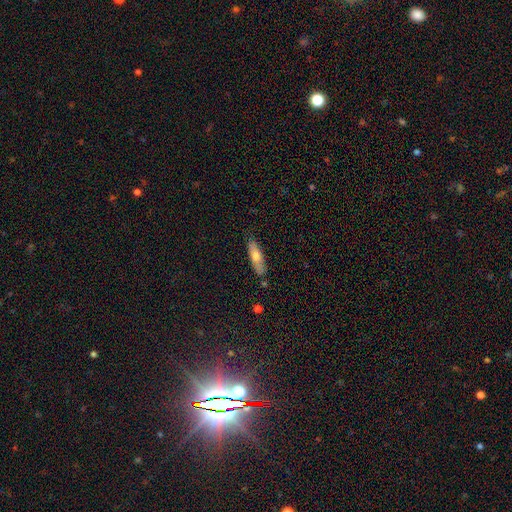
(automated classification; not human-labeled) Smooth or featured?
  - smooth: 67% *
  - featured or disk: 27%
  - star or artifact: 7%
How rounded?
  - cigar-shaped: 62% *
  - in between: 36%
  - round: 2%
Merging?
  - none: 82% *
  - minor disturbance: 14%
  - major disturbance: 2%
  - merger: 2%